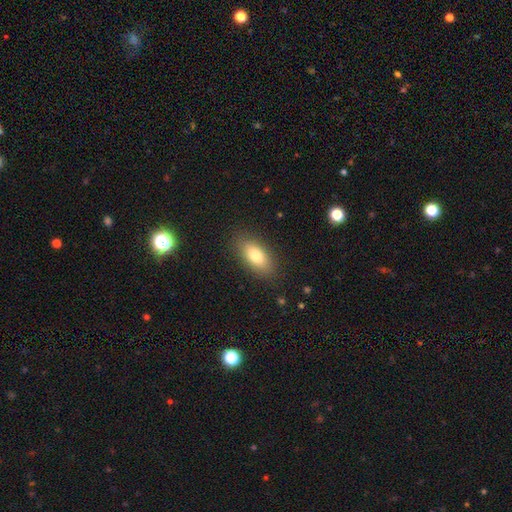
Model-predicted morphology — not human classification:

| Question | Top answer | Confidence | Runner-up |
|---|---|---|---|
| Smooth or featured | smooth | 79% | featured or disk (14%) |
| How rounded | in between | 88% | cigar-shaped (8%) |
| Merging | none | 86% | minor disturbance (10%) |